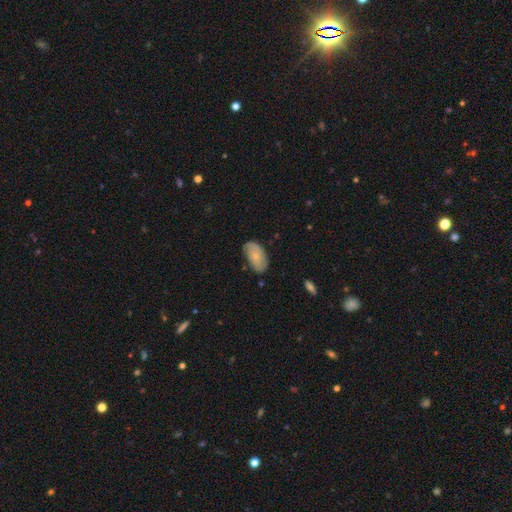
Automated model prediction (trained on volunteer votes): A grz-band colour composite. It shows a smooth galaxy with no disk features (62%) that is in between round and cigar-shaped (94%). Merging: none (71%).